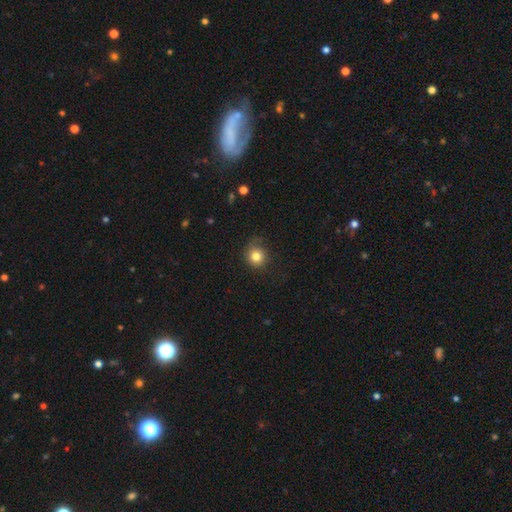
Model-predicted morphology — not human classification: Q: Smooth or featured?
A: smooth (80%); runner-up: star or artifact (11%)
Q: How rounded?
A: round (88%); runner-up: in between (12%)
Q: Merging?
A: none (70%); runner-up: minor disturbance (20%)